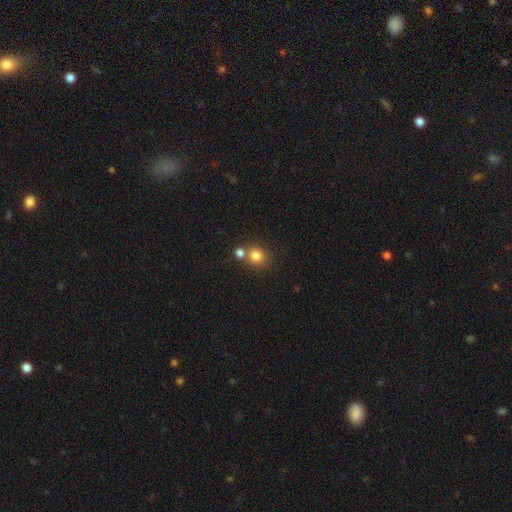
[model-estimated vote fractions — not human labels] smooth_or_featured: smooth (p=0.80) [alt: star or artifact p=0.13]
how_rounded: round (p=0.87) [alt: in between p=0.12]
merging: none (p=0.60) [alt: merger p=0.29]